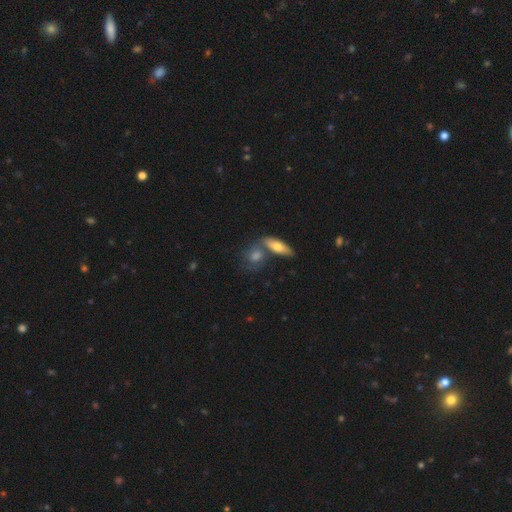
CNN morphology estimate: The model was most divided on "how rounded": in between: 50%, round: 34%, cigar-shaped: 16%. More confident: smooth or featured — smooth (62%); merging — none (53%).